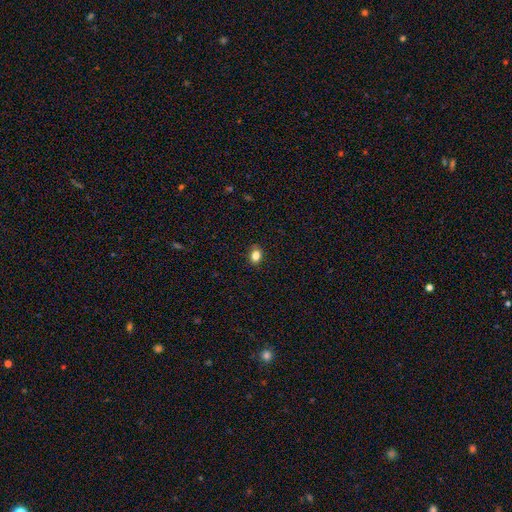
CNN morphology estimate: smooth_or_featured: smooth (p=0.83) [alt: star or artifact p=0.11]
how_rounded: in between (p=0.59) [alt: round p=0.39]
merging: none (p=0.88) [alt: minor disturbance p=0.09]